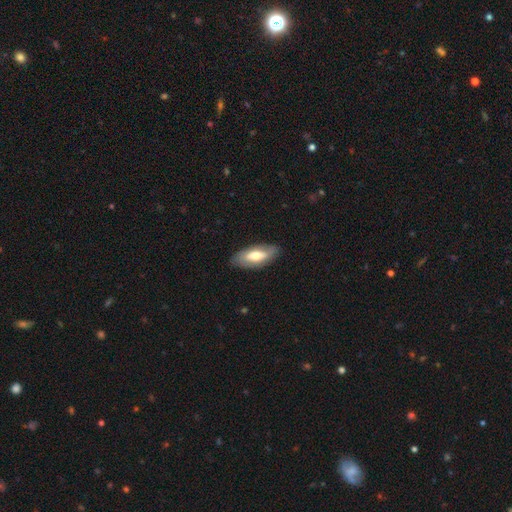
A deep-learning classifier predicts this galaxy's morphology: A smooth galaxy with no disk features (54%) that is in between round and cigar-shaped (83%).

Vote fractions:
- Smooth or featured? smooth: 54% / featured or disk: 40% / star or artifact: 5%
- How rounded? in between: 83% / cigar-shaped: 15% / round: 2%
- Merging? none: 83% / minor disturbance: 13% / major disturbance: 3% / merger: 1%